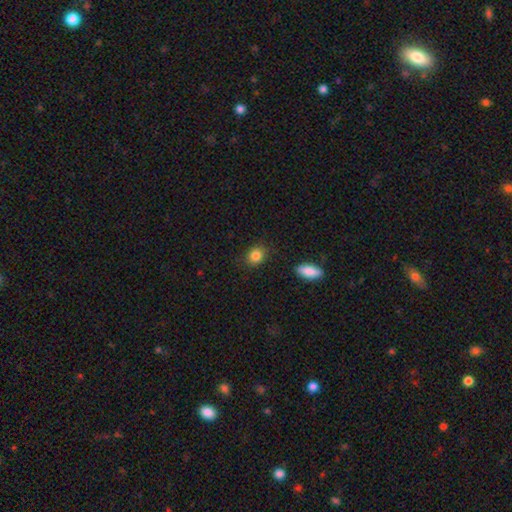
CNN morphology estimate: This is clearly a smooth galaxy (85%). How rounded: possibly round (55%). Merging: clearly none (84%).